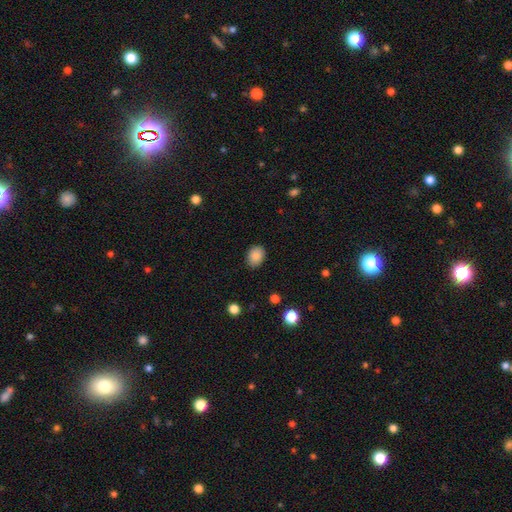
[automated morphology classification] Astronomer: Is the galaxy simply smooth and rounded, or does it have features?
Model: smooth — 88%.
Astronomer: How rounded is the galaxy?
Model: in between — 71%.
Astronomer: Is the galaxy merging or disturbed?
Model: none — 85%.